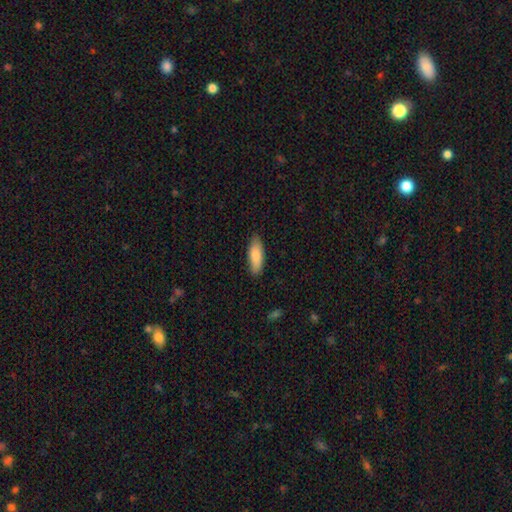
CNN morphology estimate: smooth-or-featured: smooth: 83% | featured or disk: 11% | star or artifact: 6%
  how-rounded: in between: 65% | cigar-shaped: 34% | round: 2%
  merging: none: 86% | minor disturbance: 11% | major disturbance: 2% | merger: 1%